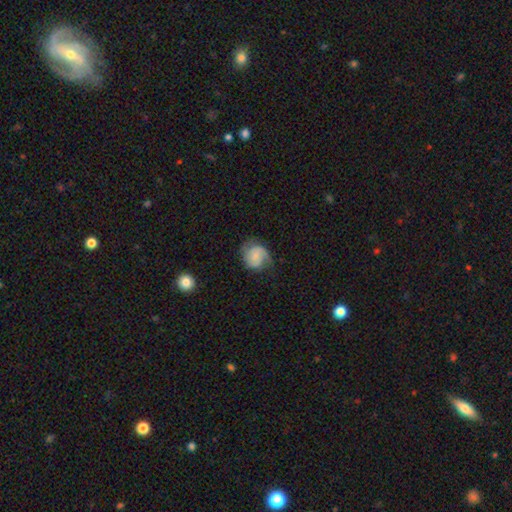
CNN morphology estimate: A featured or disk galaxy (52%) with no bar (67%), spiral arms (90%) and a small central bulge (51%).

Vote fractions:
- Smooth or featured? featured or disk: 52% / smooth: 40% / star or artifact: 8%
- Edge-on disk? no: 98% / yes: 2%
- Bar? no: 67% / weak: 28% / strong: 5%
- Spiral arms? yes: 90% / no: 10%
- Bulge size? small: 51% / none: 28% / moderate: 16% / large: 3% / dominant: 2%
- Merging? none: 59% / minor disturbance: 25% / major disturbance: 14% / merger: 1%